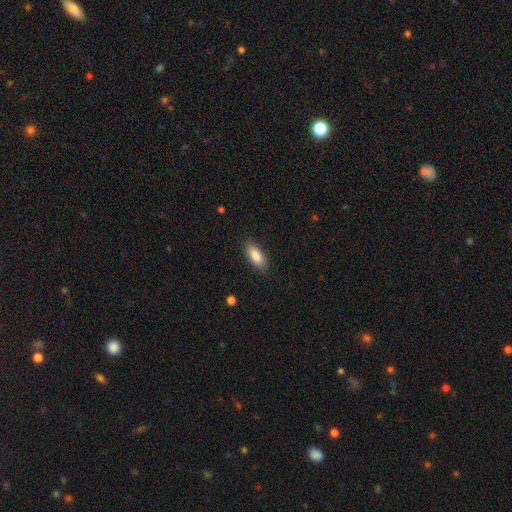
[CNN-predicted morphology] type=smooth (87%); roundness=in between (84%); merging=none (86%).